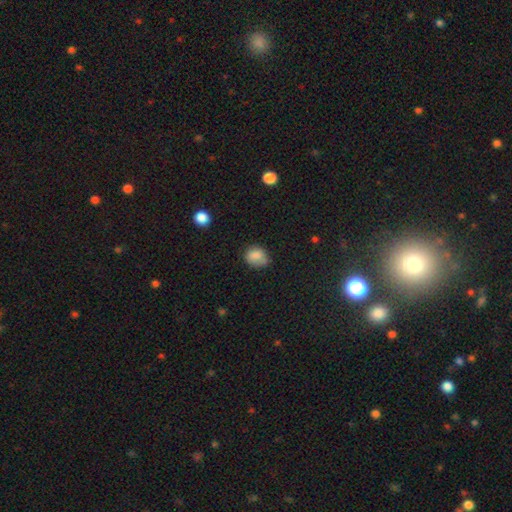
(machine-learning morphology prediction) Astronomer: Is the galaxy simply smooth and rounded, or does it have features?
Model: smooth — 83%.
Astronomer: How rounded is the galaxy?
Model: round — 53% (runner-up: in between, 46%).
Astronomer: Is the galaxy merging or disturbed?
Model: none — 61%.